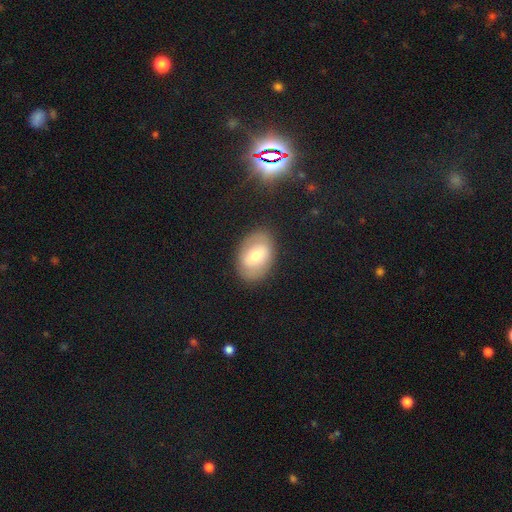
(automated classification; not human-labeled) This is possibly a smooth galaxy (52%). How rounded: clearly in between (81%). Merging: clearly none (83%).